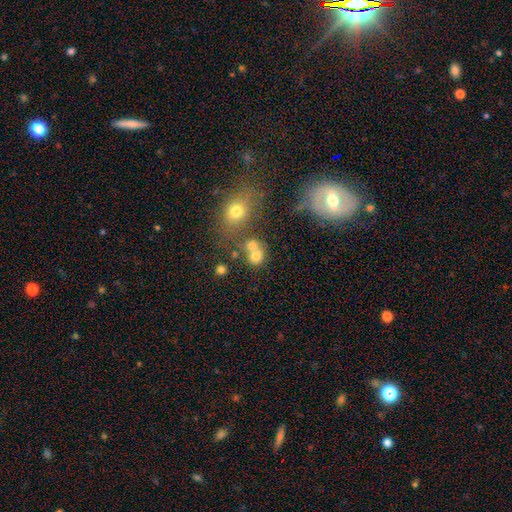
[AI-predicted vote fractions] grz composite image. It shows a smooth galaxy with no disk features (73%) that is round (75%). Merging: merger (43%).